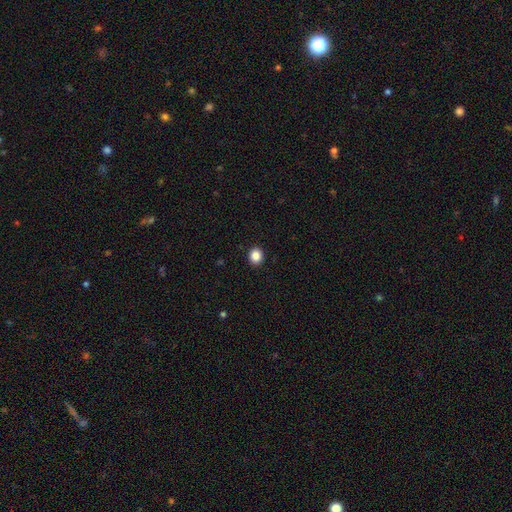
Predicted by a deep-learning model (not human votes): The model was most divided on "how rounded": round: 76%, in between: 23%, cigar-shaped: 1%. More confident: merging — none (92%); smooth or featured — smooth (87%).